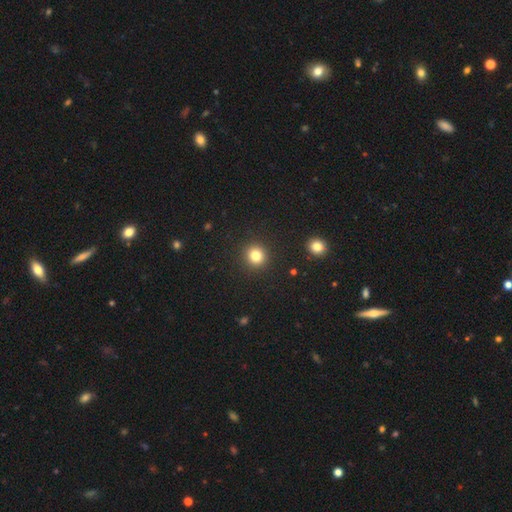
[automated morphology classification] type=smooth (81%); roundness=round (91%); merging=none (92%).